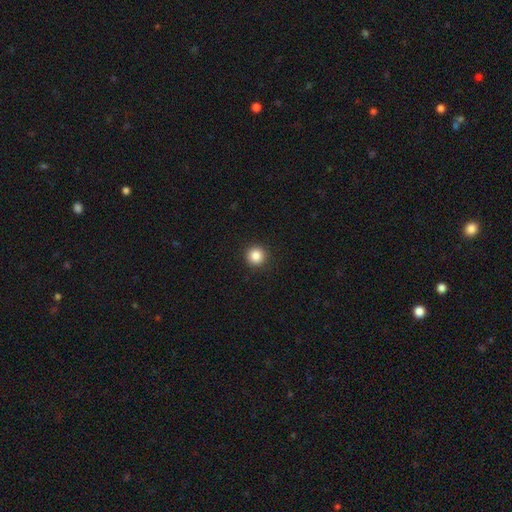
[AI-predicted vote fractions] Smooth or featured: smooth — 86% (star or artifact — 10%)
How rounded: round — 96% (in between — 3%)
Merging: none — 93% (minor disturbance — 4%)